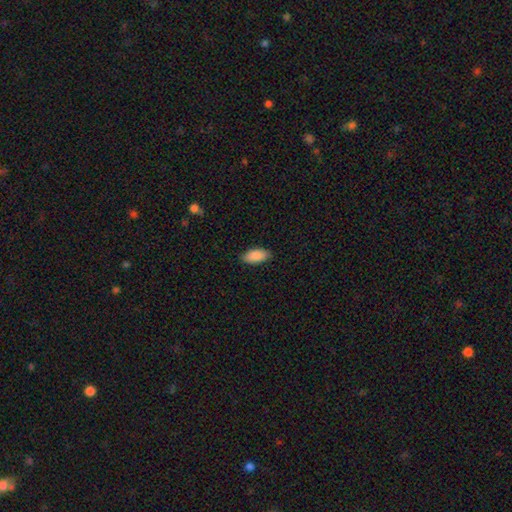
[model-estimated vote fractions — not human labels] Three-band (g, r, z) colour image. It shows a smooth galaxy with no disk features (90%) that is in between round and cigar-shaped (91%). Merging: none (86%).